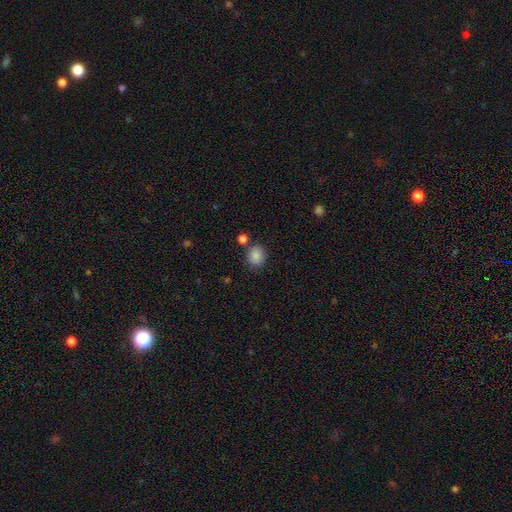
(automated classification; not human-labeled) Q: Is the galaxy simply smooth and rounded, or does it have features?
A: smooth — 86%.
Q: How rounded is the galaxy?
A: round — 65%.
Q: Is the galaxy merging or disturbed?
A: none — 77%.